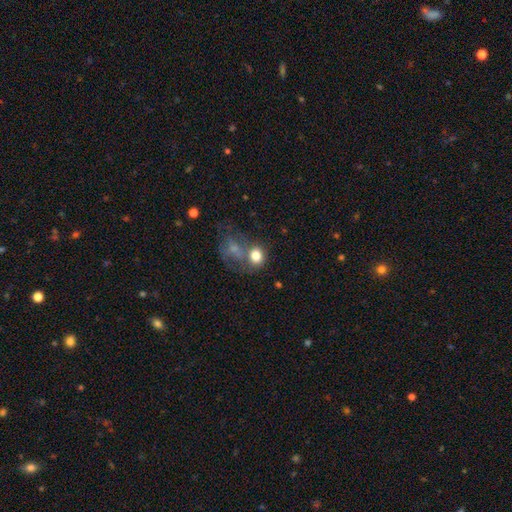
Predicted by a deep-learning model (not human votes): Overall: smooth (78%). How rounded: round (69%; in between 30%). Merging: none (40%; merger 39%).